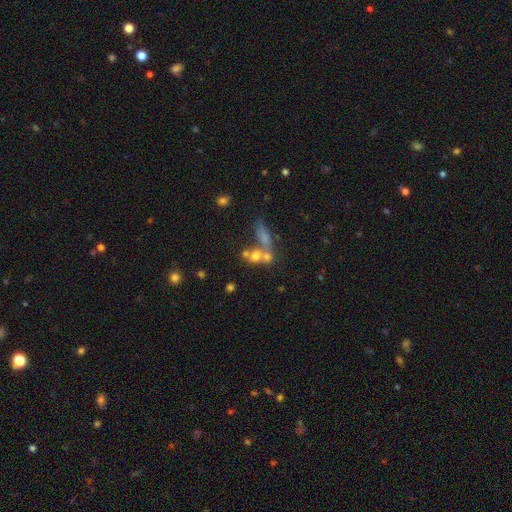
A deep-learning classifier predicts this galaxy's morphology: The model was most divided on "how rounded": round: 53%, in between: 38%, cigar-shaped: 9%. More confident: smooth or featured — smooth (60%); merging — merger (53%).